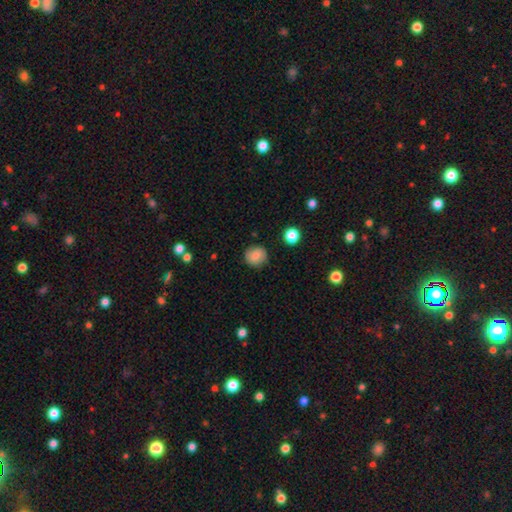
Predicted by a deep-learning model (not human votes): Smooth or featured: smooth — 82% (star or artifact — 9%)
How rounded: round — 90% (in between — 9%)
Merging: none — 87% (minor disturbance — 9%)